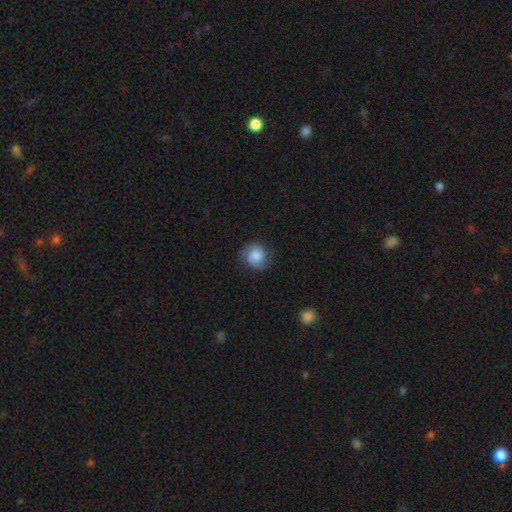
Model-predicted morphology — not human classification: Overall: smooth (59%; featured or disk 33%). How rounded: round (81%). Merging: none (73%).